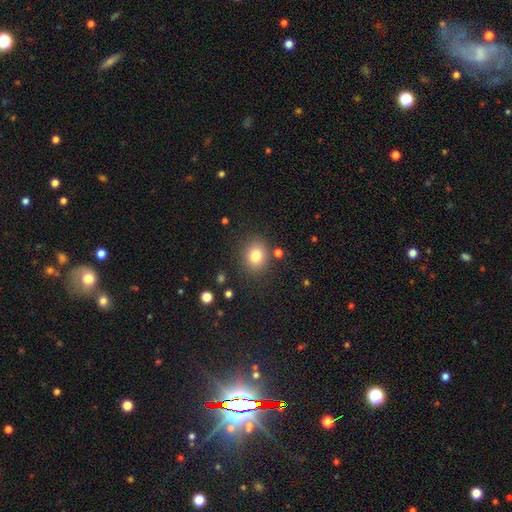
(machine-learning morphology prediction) Smooth or featured?
  - smooth: 80% *
  - star or artifact: 12%
  - featured or disk: 8%
How rounded?
  - round: 72% *
  - in between: 27%
  - cigar-shaped: 1%
Merging?
  - none: 83% *
  - minor disturbance: 9%
  - merger: 4%
  - major disturbance: 3%